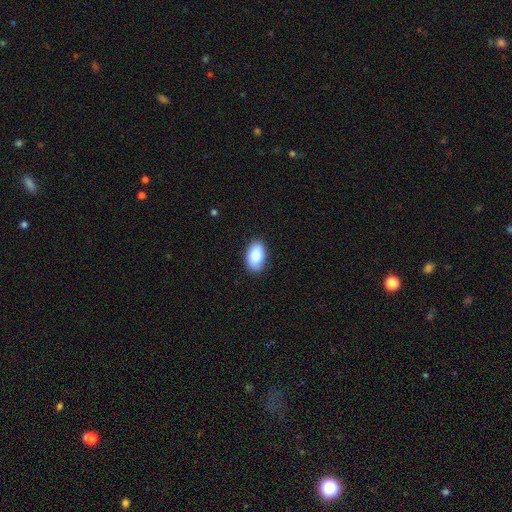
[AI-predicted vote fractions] Smooth or featured?
  - smooth: 86% *
  - featured or disk: 8%
  - star or artifact: 7%
How rounded?
  - in between: 92% *
  - round: 6%
  - cigar-shaped: 1%
Merging?
  - none: 86% *
  - minor disturbance: 10%
  - major disturbance: 2%
  - merger: 1%